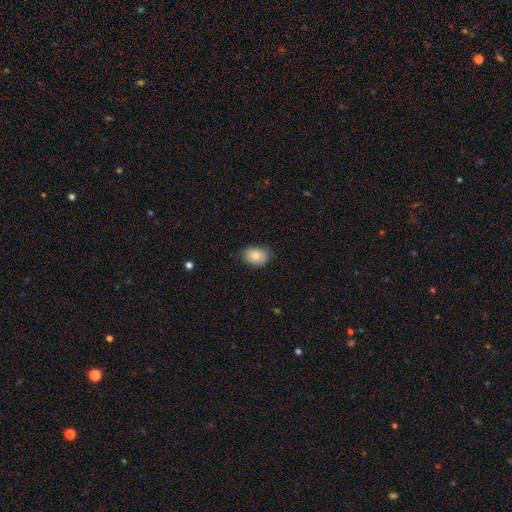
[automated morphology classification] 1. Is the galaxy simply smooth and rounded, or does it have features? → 84% smooth, 9% featured or disk, 7% star or artifact.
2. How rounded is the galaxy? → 79% in between, 20% round, 1% cigar-shaped.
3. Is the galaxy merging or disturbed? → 82% none, 14% minor disturbance, 3% major disturbance, 1% merger.